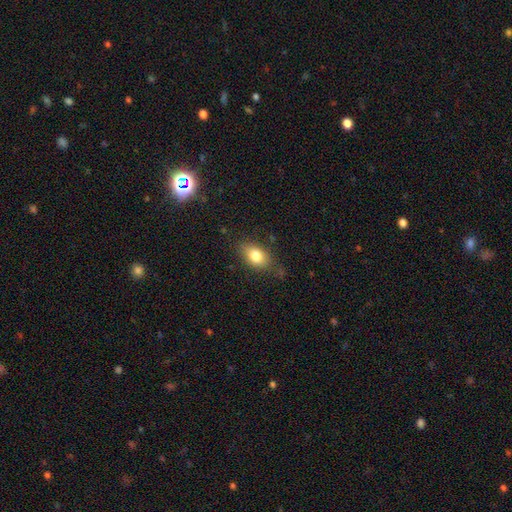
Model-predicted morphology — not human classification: Smooth or featured?
  - smooth: 79% *
  - featured or disk: 12%
  - star or artifact: 9%
How rounded?
  - in between: 84% *
  - round: 14%
  - cigar-shaped: 3%
Merging?
  - none: 75% *
  - minor disturbance: 18%
  - major disturbance: 5%
  - merger: 2%